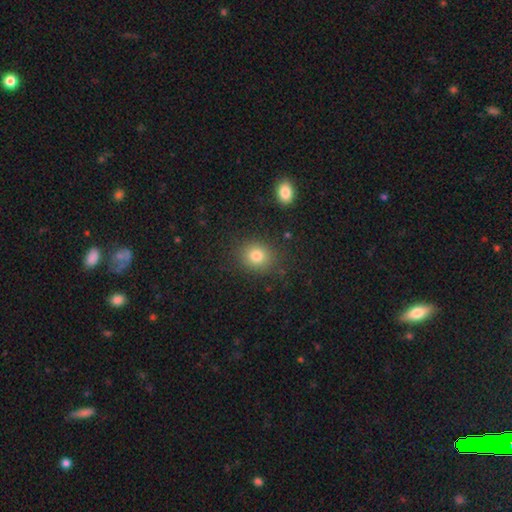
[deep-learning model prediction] Overall: smooth (80%). How rounded: round (76%). Merging: none (86%).